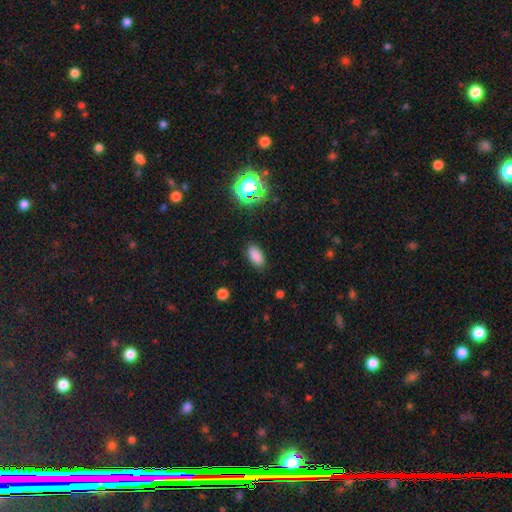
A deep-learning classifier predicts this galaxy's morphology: A smooth galaxy with no disk features (84%) that is in between round and cigar-shaped (91%).

Vote fractions:
- Smooth or featured? smooth: 84% / star or artifact: 12% / featured or disk: 4%
- How rounded? in between: 91% / round: 5% / cigar-shaped: 4%
- Merging? none: 87% / minor disturbance: 9% / major disturbance: 3% / merger: 1%